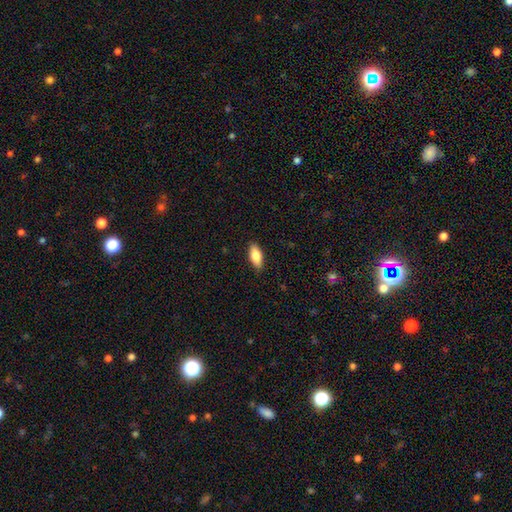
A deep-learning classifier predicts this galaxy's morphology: Q: Smooth or featured?
A: smooth (81%); runner-up: featured or disk (13%)
Q: How rounded?
A: in between (82%); runner-up: cigar-shaped (15%)
Q: Merging?
A: none (88%); runner-up: minor disturbance (9%)